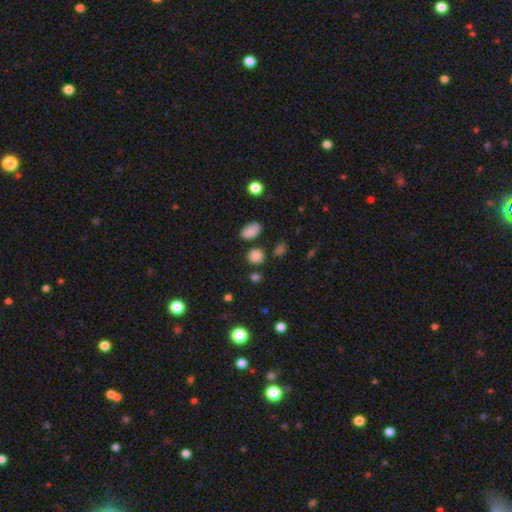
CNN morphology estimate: smooth_or_featured: smooth (p=0.83) [alt: star or artifact p=0.13]
how_rounded: round (p=0.80) [alt: in between p=0.19]
merging: none (p=0.81) [alt: minor disturbance p=0.09]